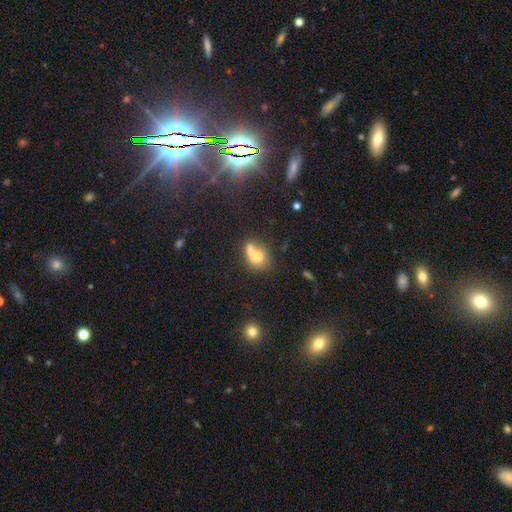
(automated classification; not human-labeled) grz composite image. It shows a smooth galaxy with no disk features (65%) that is round (55%). Merging: merger (60%).